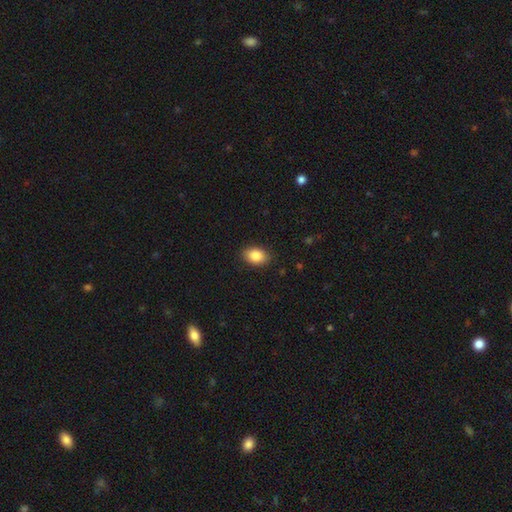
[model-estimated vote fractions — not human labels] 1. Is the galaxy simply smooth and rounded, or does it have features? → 85% smooth, 8% star or artifact, 7% featured or disk.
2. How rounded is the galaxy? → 82% in between, 17% round, 1% cigar-shaped.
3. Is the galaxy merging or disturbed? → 89% none, 8% minor disturbance, 2% major disturbance, 1% merger.